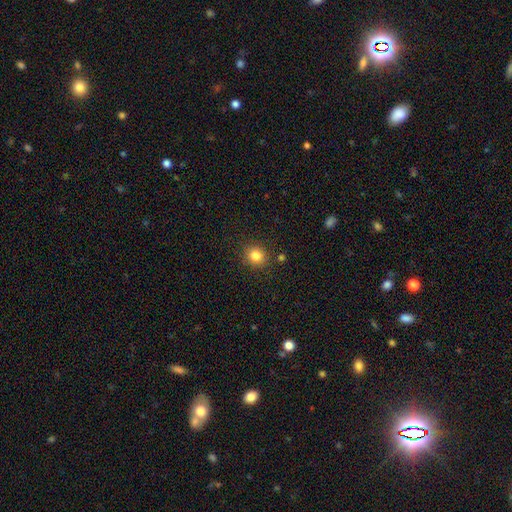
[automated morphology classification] The model was most divided on "how rounded": round: 84%, in between: 15%, cigar-shaped: 1%. More confident: merging — none (86%); smooth or featured — smooth (83%).